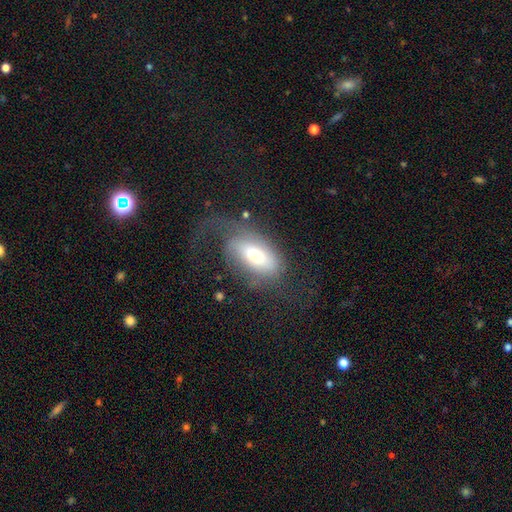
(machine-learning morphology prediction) Overall: smooth (50%; featured or disk 43%). Merging: major disturbance (41%; none 37%).